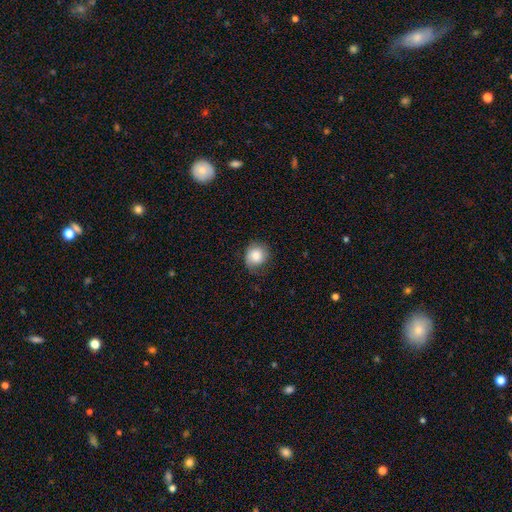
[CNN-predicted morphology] Smooth or featured? smooth (83%)
How rounded? round (78%)
Merging? none (68%)